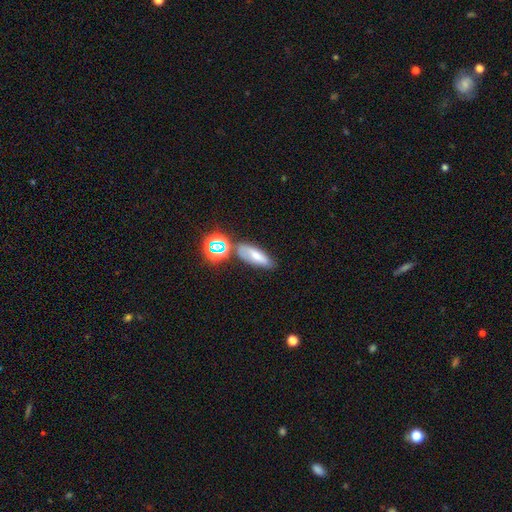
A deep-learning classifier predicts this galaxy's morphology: A smooth galaxy with no disk features (60%) that is in between round and cigar-shaped (65%). Merging: none (65%).